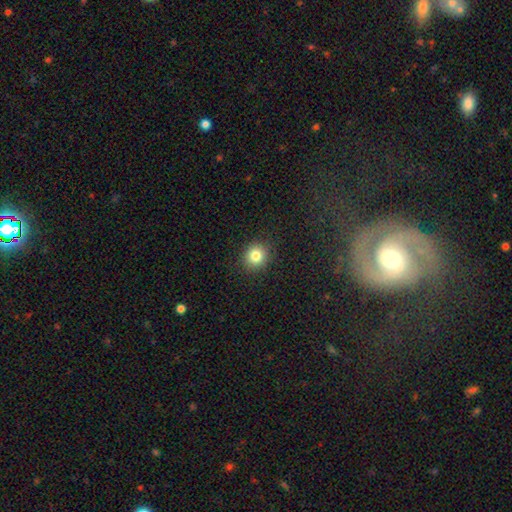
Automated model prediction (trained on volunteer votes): A smooth galaxy with no disk features (82%) that is round (83%). Merging: none (90%).